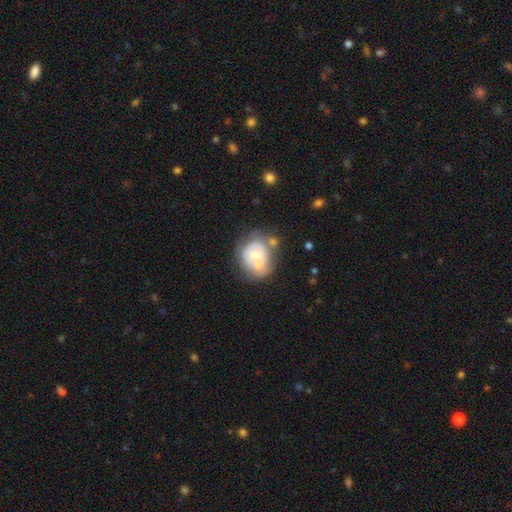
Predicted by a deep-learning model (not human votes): Smooth or featured?
  - smooth: 50% *
  - featured or disk: 43%
  - star or artifact: 7%
Merging?
  - none: 44% *
  - minor disturbance: 25%
  - merger: 18%
  - major disturbance: 13%